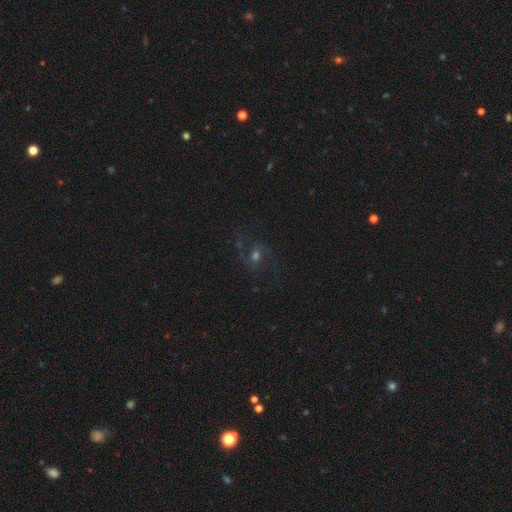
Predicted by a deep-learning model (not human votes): This appears to be a featured or disk galaxy (48%). Merging: none (68%).